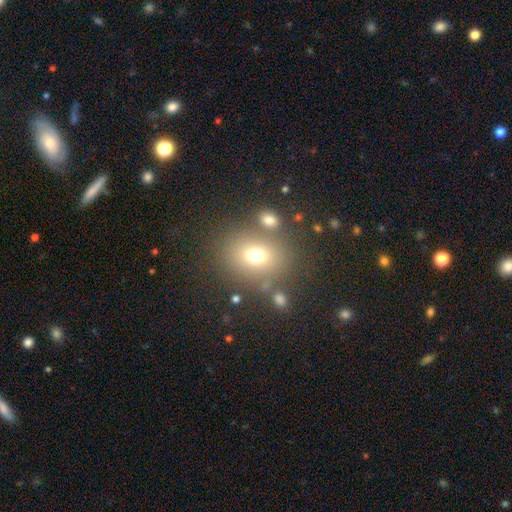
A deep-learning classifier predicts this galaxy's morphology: Smooth or featured: smooth — 70% (star or artifact — 16%)
How rounded: round — 62% (in between — 37%)
Merging: none — 72% (minor disturbance — 11%)